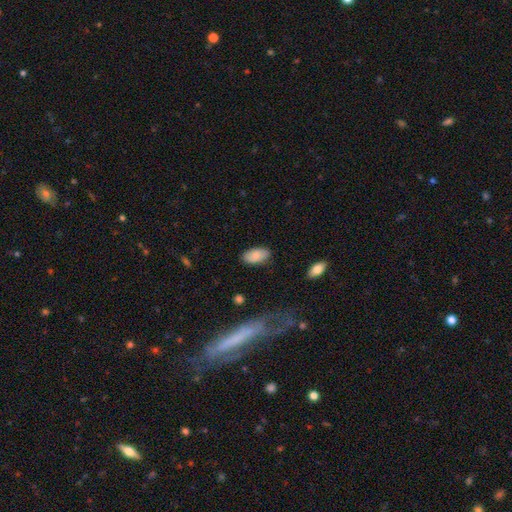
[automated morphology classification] Smooth or featured? Predicted: smooth (p=0.81). How rounded? Predicted: in between (p=0.95). Merging? Predicted: none (p=0.83).